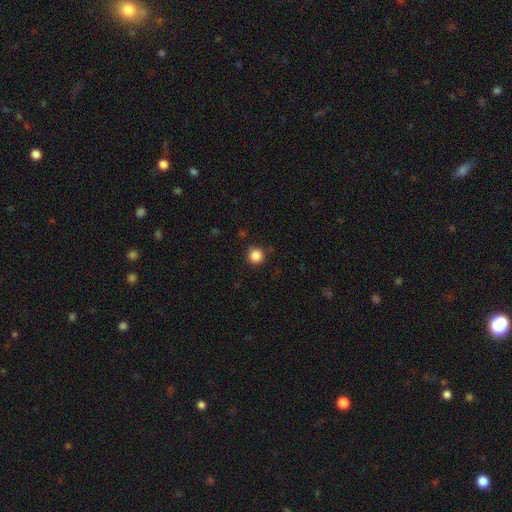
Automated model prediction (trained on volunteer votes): The model was most divided on "smooth or featured": smooth: 86%, star or artifact: 11%, featured or disk: 3%. More confident: how rounded — round (95%); merging — none (89%).